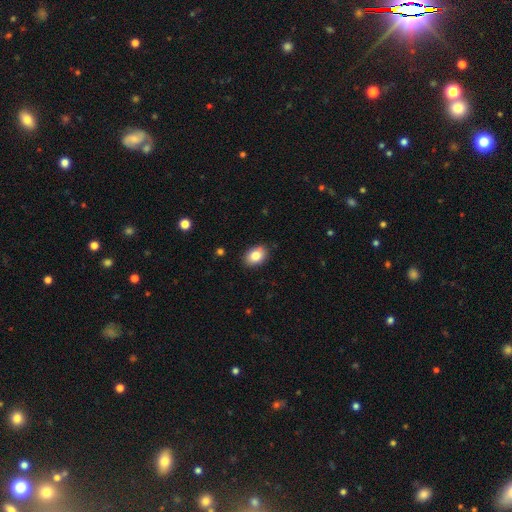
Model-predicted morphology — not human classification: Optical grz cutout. It shows a smooth galaxy with no disk features (84%) that is in between round and cigar-shaped (80%). Merging: none (88%).